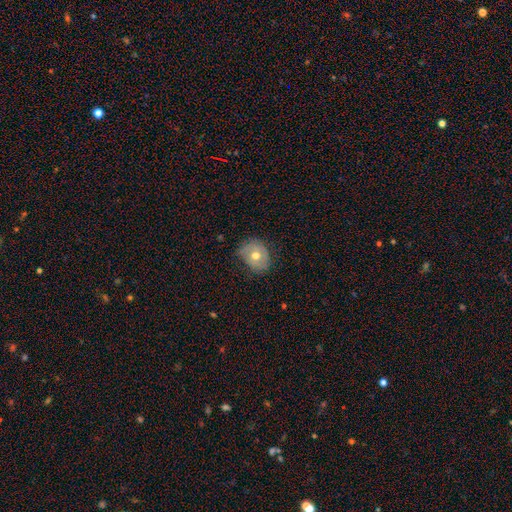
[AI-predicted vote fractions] Smooth or featured: smooth — 59% (featured or disk — 33%)
How rounded: round — 62% (in between — 37%)
Merging: none — 58% (minor disturbance — 32%)